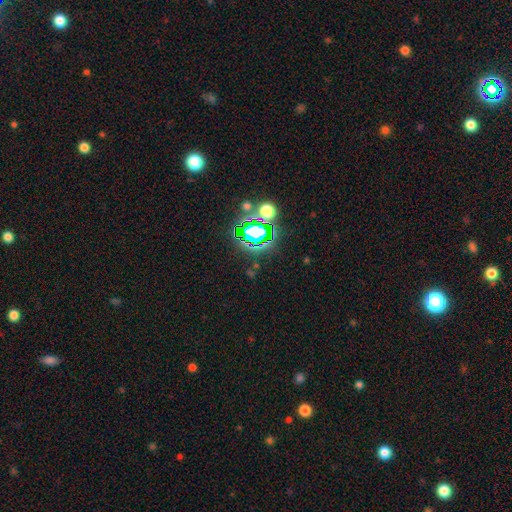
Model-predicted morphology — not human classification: star or artifact 77%, smooth 15%, featured or disk 8%.